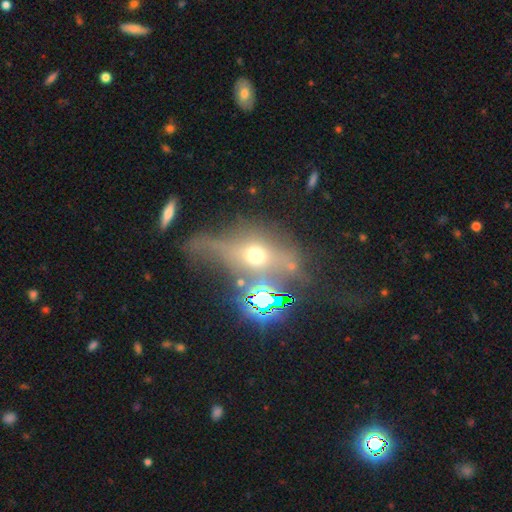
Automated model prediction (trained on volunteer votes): Smooth or featured?
  - featured or disk: 41% *
  - smooth: 33%
  - star or artifact: 26%
Merging?
  - none: 41% *
  - major disturbance: 26%
  - minor disturbance: 19%
  - merger: 14%